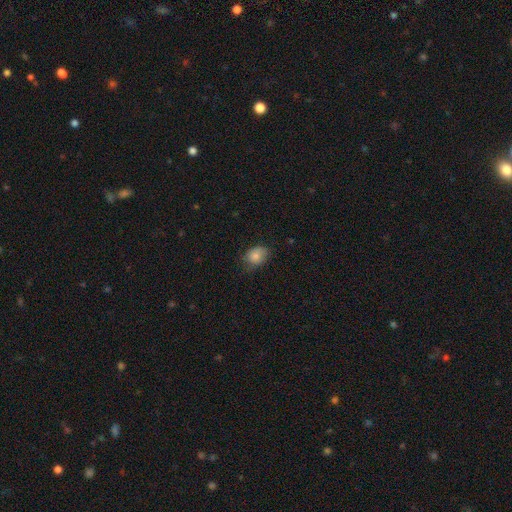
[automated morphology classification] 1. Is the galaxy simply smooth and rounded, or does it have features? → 83% smooth, 9% star or artifact, 8% featured or disk.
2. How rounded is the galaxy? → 59% in between, 40% round, 1% cigar-shaped.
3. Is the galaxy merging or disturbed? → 69% none, 25% minor disturbance, 5% major disturbance, 1% merger.